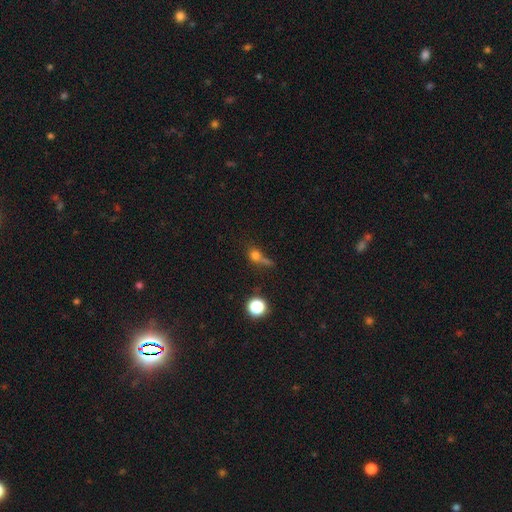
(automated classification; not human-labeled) This is likely a smooth galaxy (68%). How rounded: likely round (67%). Merging: marginally none (40%).